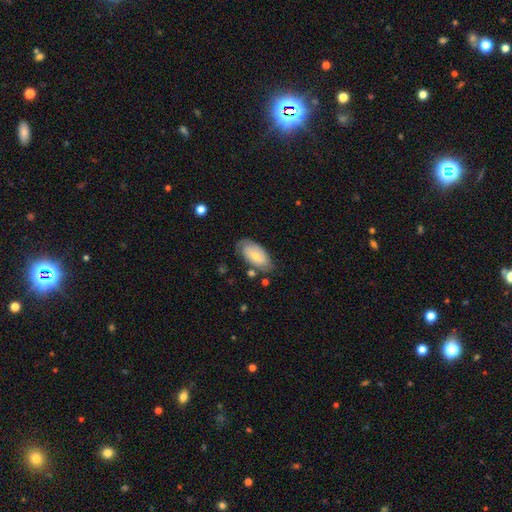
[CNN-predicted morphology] Smooth or featured: smooth — 55% (featured or disk — 39%)
How rounded: in between — 93% (round — 4%)
Merging: none — 65% (minor disturbance — 24%)